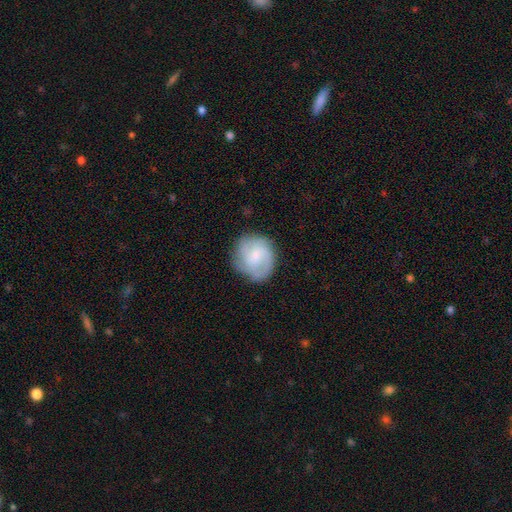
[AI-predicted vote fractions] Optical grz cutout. It shows a featured or disk galaxy (59%) with no bar (52%), 3 (31%) medium (45%) spiral arms (90%) and a small central bulge (50%). Merging: none (73%).